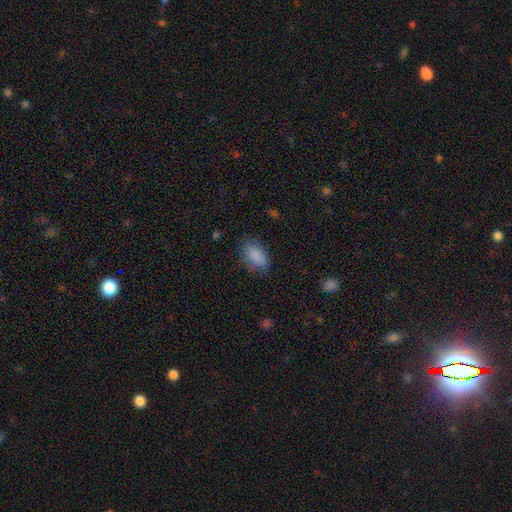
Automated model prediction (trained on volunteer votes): The model was most divided on "merging": none: 76%, minor disturbance: 17%, major disturbance: 5%, merger: 1%. More confident: how rounded — in between (91%); smooth or featured — smooth (87%).